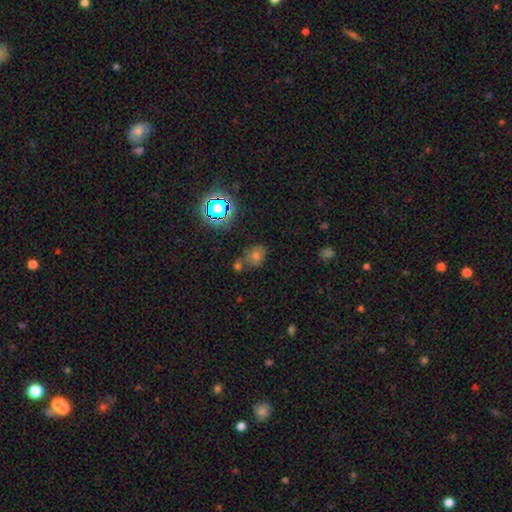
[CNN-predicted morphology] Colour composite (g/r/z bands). It shows a smooth galaxy with no disk features (54%) that is in between round and cigar-shaped (52%). Merging: none (61%).